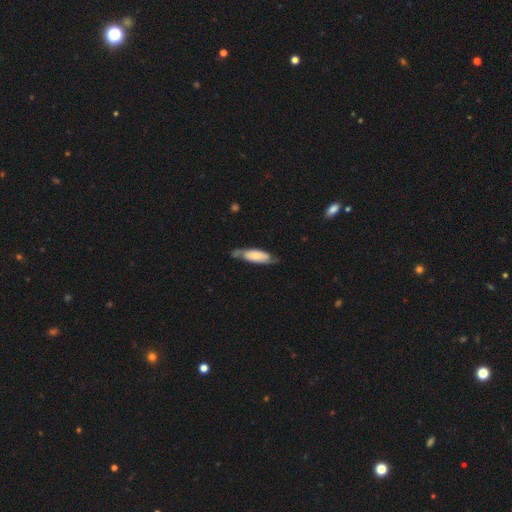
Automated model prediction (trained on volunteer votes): Smooth or featured? Predicted: featured or disk (p=0.53). Edge-on disk? Predicted: no (p=0.73). Merging? Predicted: none (p=0.61).